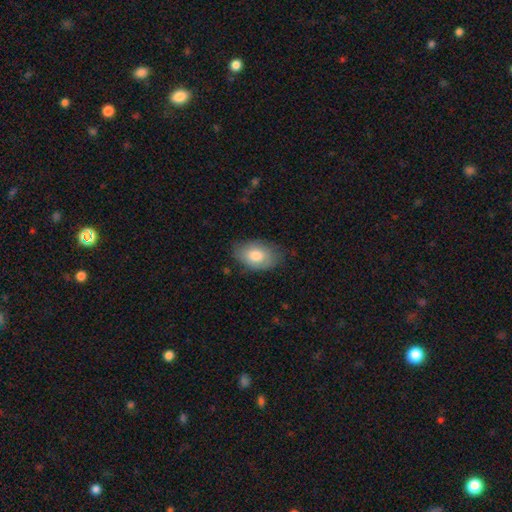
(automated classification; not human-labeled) Smooth or featured: smooth — 77% (featured or disk — 17%)
How rounded: in between — 89% (round — 9%)
Merging: none — 71% (minor disturbance — 23%)